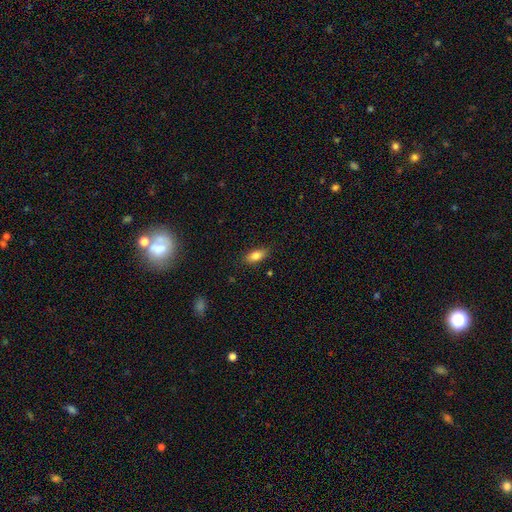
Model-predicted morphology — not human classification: type=smooth (82%); roundness=in between (86%); merging=none (85%).